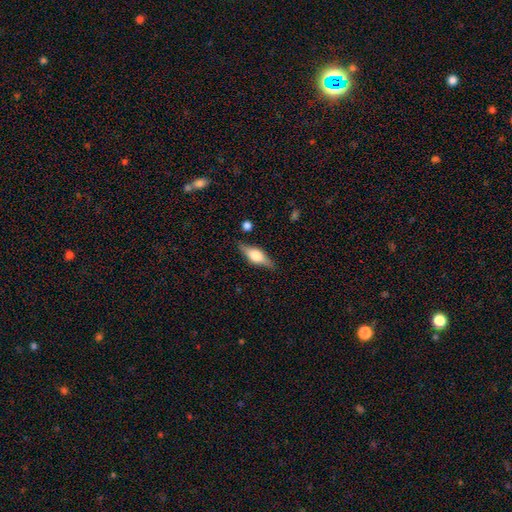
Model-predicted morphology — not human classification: This is possibly a featured or disk galaxy (57%). It is clearly viewed edge-on (93%). Edge-on bulge: clearly rounded (89%). Merging: clearly none (82%).